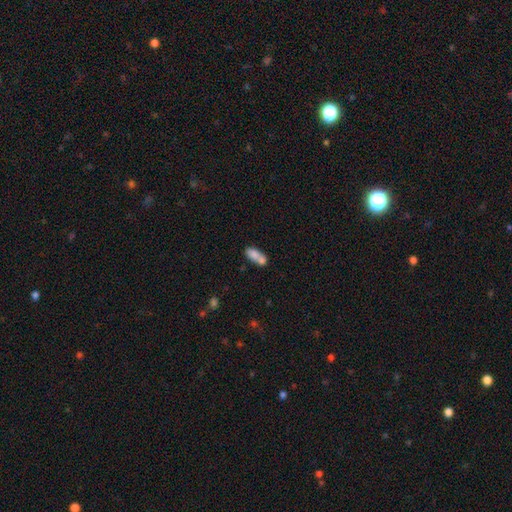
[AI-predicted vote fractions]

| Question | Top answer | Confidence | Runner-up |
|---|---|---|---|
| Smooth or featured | smooth | 73% | featured or disk (18%) |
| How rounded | in between | 82% | cigar-shaped (11%) |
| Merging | merger | 53% | none (30%) |